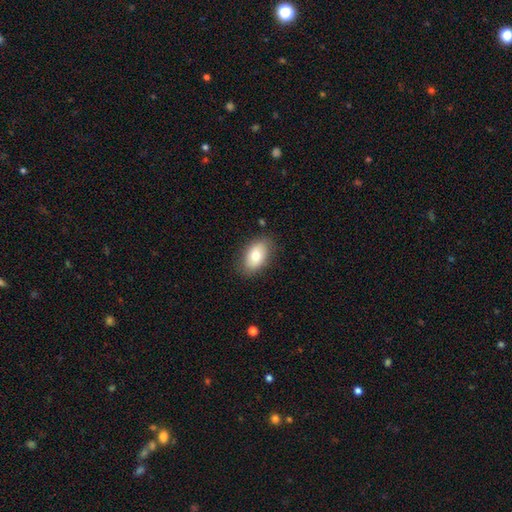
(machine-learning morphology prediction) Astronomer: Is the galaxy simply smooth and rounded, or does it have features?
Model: smooth — 74%.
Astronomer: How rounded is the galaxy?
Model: in between — 90%.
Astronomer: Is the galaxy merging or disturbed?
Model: none — 84%.